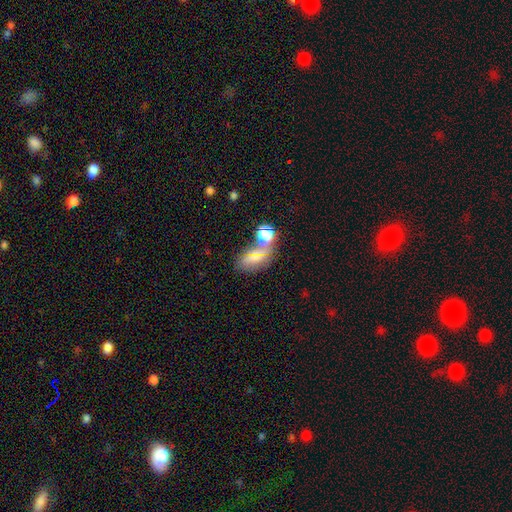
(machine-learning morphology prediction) Smooth or featured: smooth — 64% (star or artifact — 19%)
How rounded: in between — 79% (round — 13%)
Merging: none — 50% (merger — 23%)